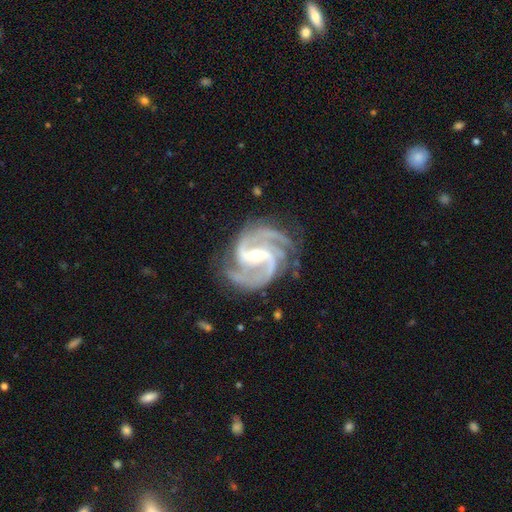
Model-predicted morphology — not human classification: smooth-or-featured: featured or disk: 94% | star or artifact: 4% | smooth: 2%
  disk-edge-on: no: 98% | yes: 2%
    bar: weak: 43% | strong: 40% | no: 17%
    has-spiral-arms: yes: 99% | no: 1%
      spiral-winding: medium: 56% | tight: 35% | loose: 9%
      spiral-arm-count: 3: 46% | 2: 24% | 4: 13% | can't tell: 6% | more than 4: 5% | 1: 5%
    bulge-size: small: 58% | moderate: 39% | large: 1% | none: 1% | dominant: 1%
  merging: none: 76% | minor disturbance: 16% | major disturbance: 7% | merger: 1%